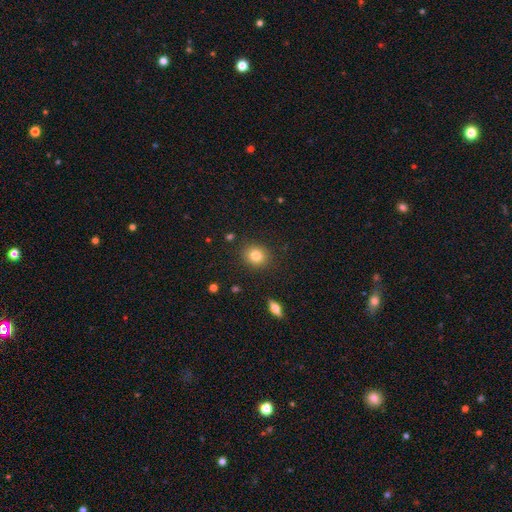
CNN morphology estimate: Q: Smooth or featured?
A: smooth (82%); runner-up: star or artifact (10%)
Q: How rounded?
A: round (73%); runner-up: in between (26%)
Q: Merging?
A: none (88%); runner-up: minor disturbance (8%)